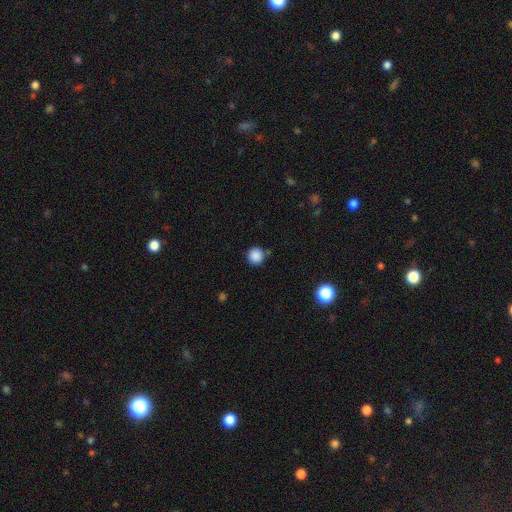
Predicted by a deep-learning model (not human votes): This is clearly a smooth galaxy (87%). How rounded: clearly round (94%). Merging: clearly none (83%).